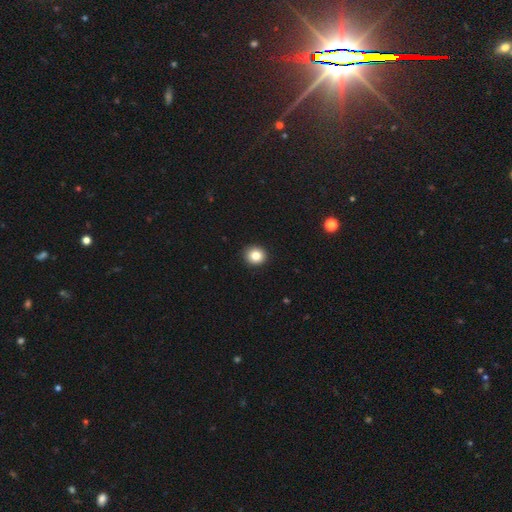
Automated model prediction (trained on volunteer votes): A smooth galaxy with no disk features (83%) that is round (88%).

Vote fractions:
- Smooth or featured? smooth: 83% / star or artifact: 10% / featured or disk: 7%
- How rounded? round: 88% / in between: 11% / cigar-shaped: 1%
- Merging? none: 93% / minor disturbance: 5% / major disturbance: 1% / merger: 1%